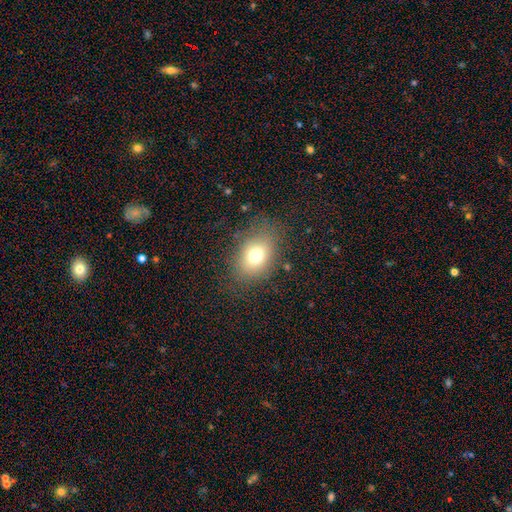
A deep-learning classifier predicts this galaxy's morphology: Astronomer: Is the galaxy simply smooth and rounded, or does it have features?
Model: smooth — 73%.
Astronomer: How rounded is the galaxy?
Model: in between — 66%.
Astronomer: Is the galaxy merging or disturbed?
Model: none — 75%.